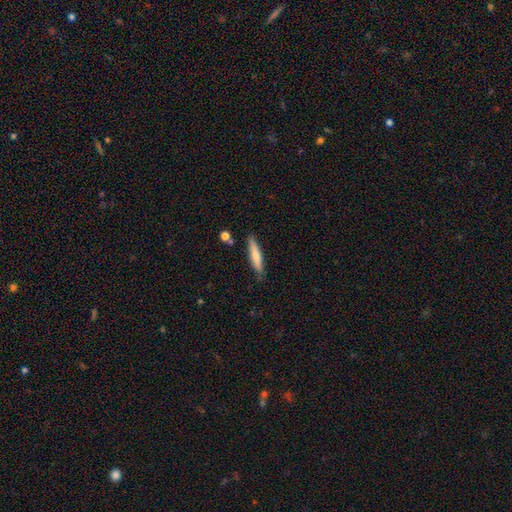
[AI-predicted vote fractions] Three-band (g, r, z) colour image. It shows a smooth galaxy with no disk features (71%) that is cigar-shaped (88%). Merging: none (80%).